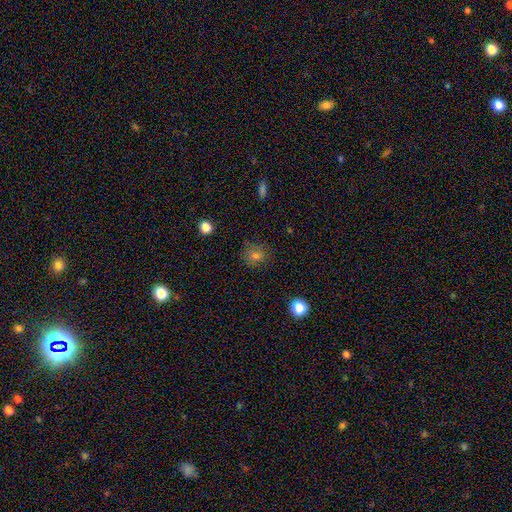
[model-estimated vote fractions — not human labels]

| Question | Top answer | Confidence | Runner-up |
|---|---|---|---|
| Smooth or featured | smooth | 73% | star or artifact (18%) |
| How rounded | round | 81% | in between (18%) |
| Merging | none | 82% | minor disturbance (13%) |